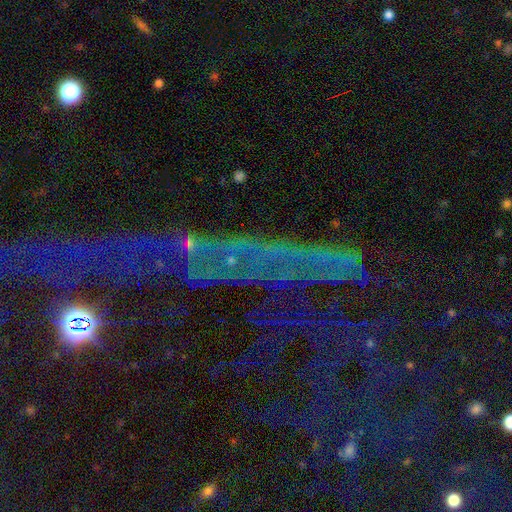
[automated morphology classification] smooth-or-featured: star or artifact: 74% | featured or disk: 15% | smooth: 11%